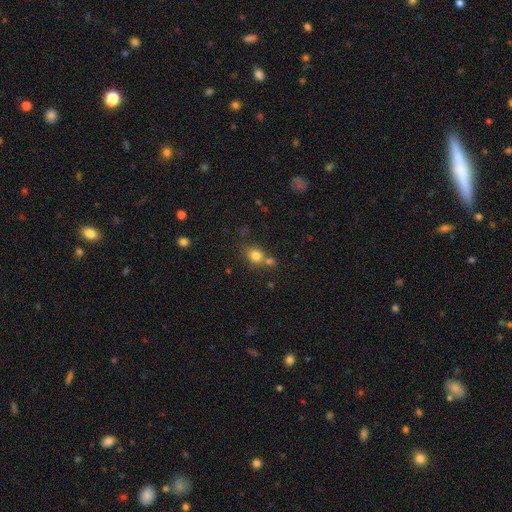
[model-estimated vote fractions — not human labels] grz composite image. It shows a smooth galaxy with no disk features (79%) that is round (67%). Merging: none (55%).